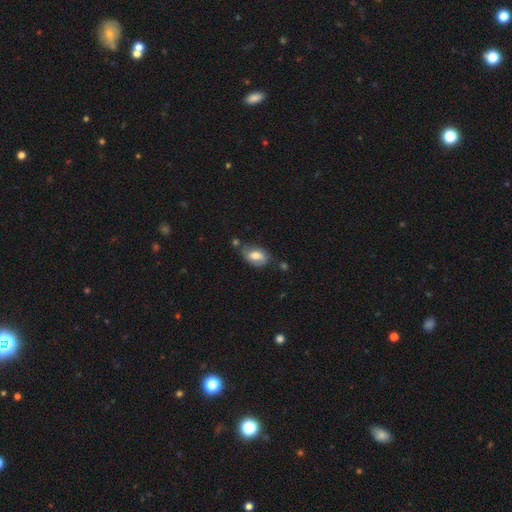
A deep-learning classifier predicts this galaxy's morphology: Smooth or featured?
  - smooth: 61% *
  - featured or disk: 31%
  - star or artifact: 8%
How rounded?
  - in between: 89% *
  - round: 9%
  - cigar-shaped: 2%
Merging?
  - none: 56% *
  - minor disturbance: 27%
  - merger: 9%
  - major disturbance: 7%